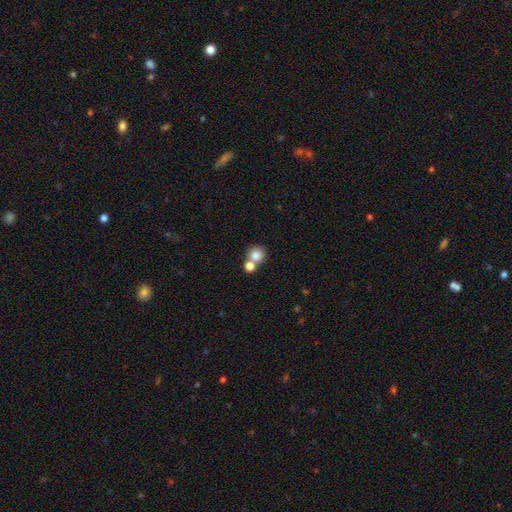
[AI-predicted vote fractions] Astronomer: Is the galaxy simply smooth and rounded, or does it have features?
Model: smooth — 81%.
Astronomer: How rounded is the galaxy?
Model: round — 86%.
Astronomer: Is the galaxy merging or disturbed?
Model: none — 48% (runner-up: merger, 42%).